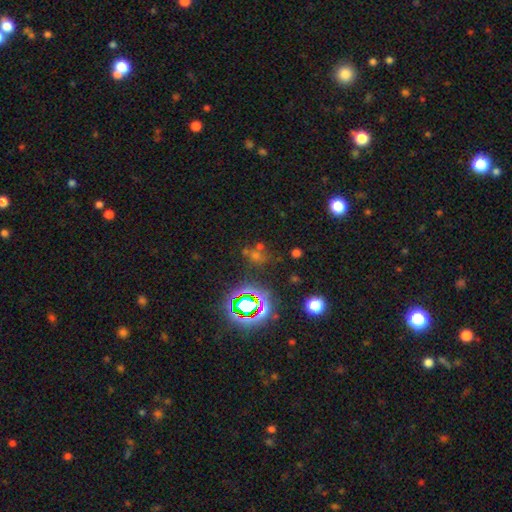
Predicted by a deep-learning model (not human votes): This is possibly a star or artifact rather than a galaxy (59%).